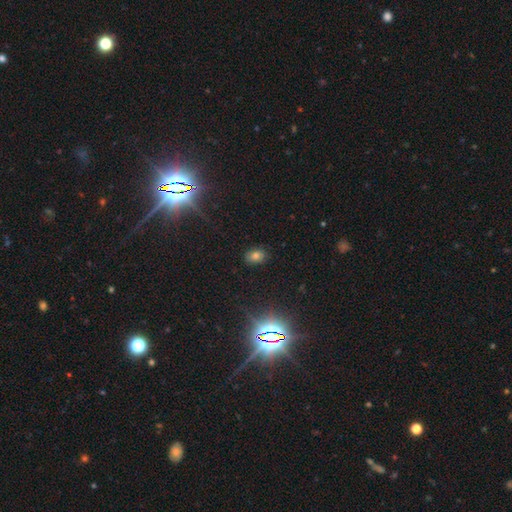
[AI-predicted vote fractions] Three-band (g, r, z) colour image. It shows a smooth galaxy with no disk features (69%) that is in between round and cigar-shaped (68%). Merging: none (86%).